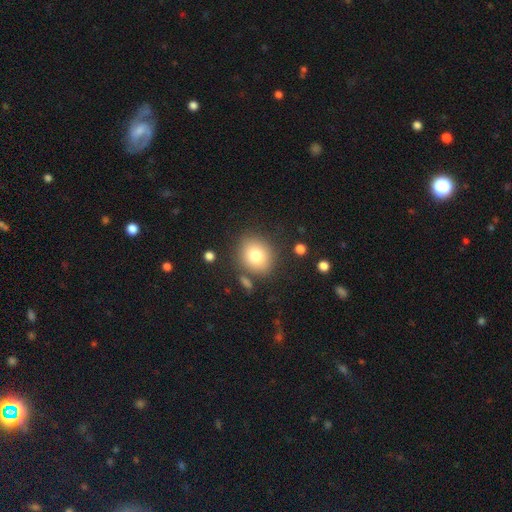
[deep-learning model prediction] The model was most divided on "how rounded": round: 68%, in between: 31%, cigar-shaped: 1%. More confident: merging — none (80%); smooth or featured — smooth (79%).